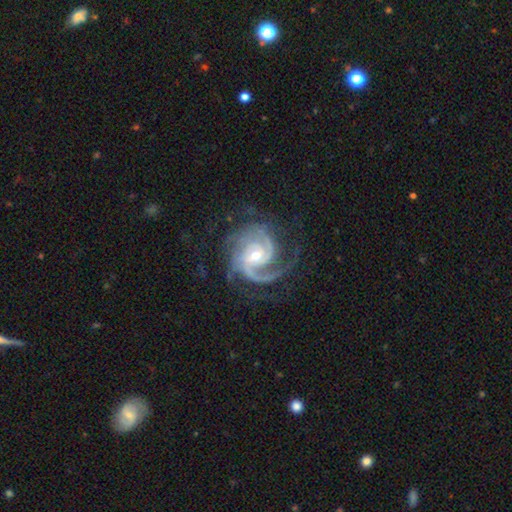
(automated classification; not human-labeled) Q: Smooth or featured?
A: featured or disk (93%); runner-up: star or artifact (4%)
Q: Edge-on disk?
A: no (98%); runner-up: yes (2%)
Q: Bar?
A: no (62%); runner-up: weak (28%)
Q: Spiral arms?
A: yes (99%); runner-up: no (1%)
Q: Spiral winding?
A: tight (56%); runner-up: medium (38%)
Q: Spiral arm count?
A: 2 (35%); tied with: 3 (35%)
Q: Bulge size?
A: small (49%); runner-up: moderate (48%)
Q: Merging?
A: none (69%); runner-up: minor disturbance (18%)